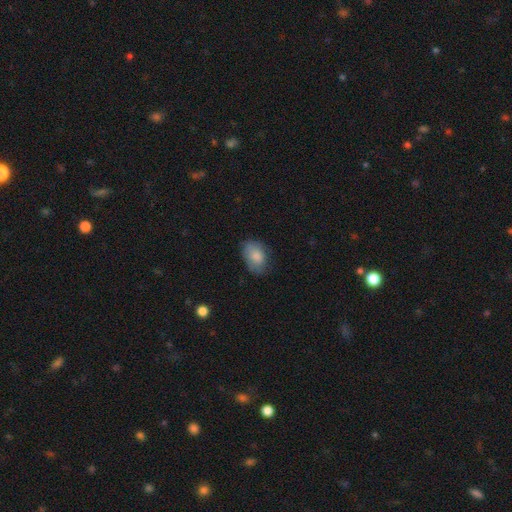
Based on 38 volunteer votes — This is clearly a smooth galaxy (92%). How rounded: clearly in between (86%). Merging: possibly none (55%).